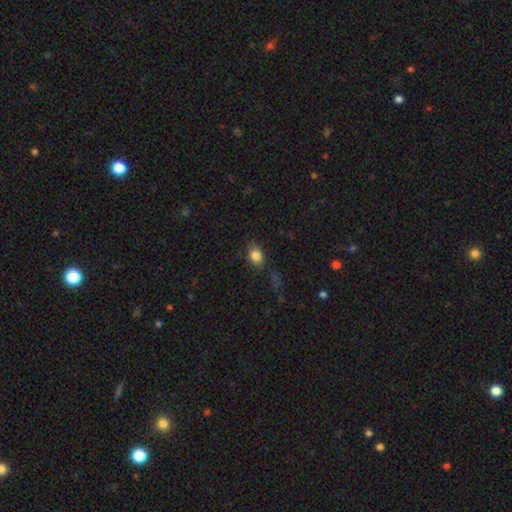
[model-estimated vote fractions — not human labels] smooth_or_featured: smooth (p=0.82) [alt: star or artifact p=0.11]
how_rounded: in between (p=0.67) [alt: round p=0.31]
merging: none (p=0.70) [alt: minor disturbance p=0.19]